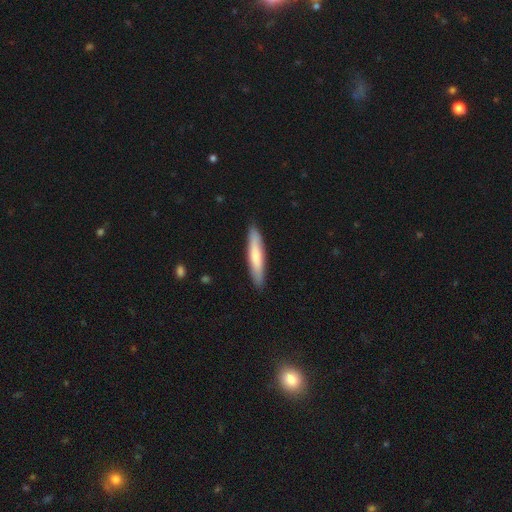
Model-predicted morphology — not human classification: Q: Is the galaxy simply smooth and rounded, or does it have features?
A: smooth — 71%.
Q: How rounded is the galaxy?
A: cigar-shaped — 89%.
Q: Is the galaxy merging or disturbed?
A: none — 89%.